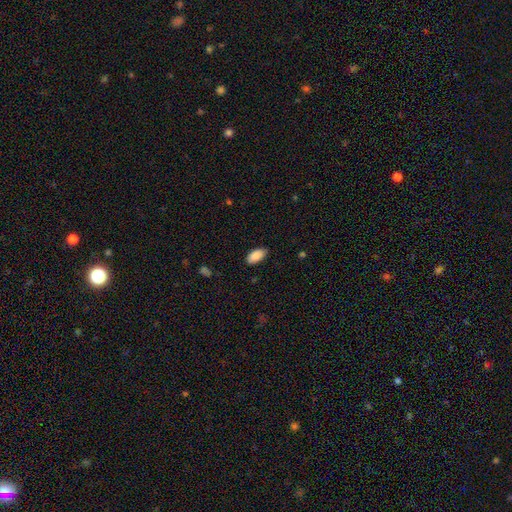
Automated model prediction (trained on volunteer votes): smooth_or_featured: smooth (p=0.90) [alt: star or artifact p=0.07]
how_rounded: in between (p=0.94) [alt: cigar-shaped p=0.04]
merging: none (p=0.84) [alt: minor disturbance p=0.12]